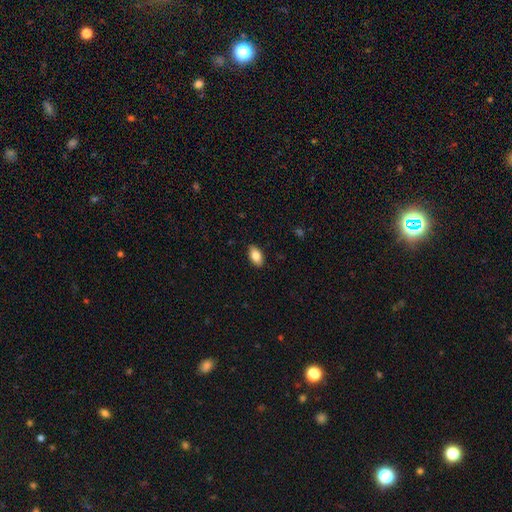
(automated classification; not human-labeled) Smooth or featured? Predicted: smooth (p=0.83). How rounded? Predicted: in between (p=0.92). Merging? Predicted: none (p=0.89).